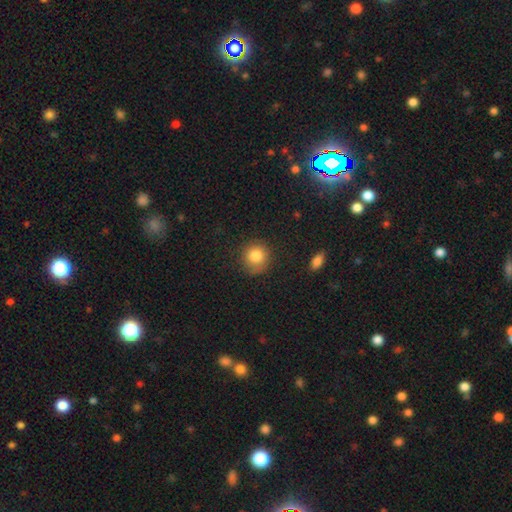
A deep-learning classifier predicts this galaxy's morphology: type=smooth (82%); roundness=round (87%); merging=none (78%).